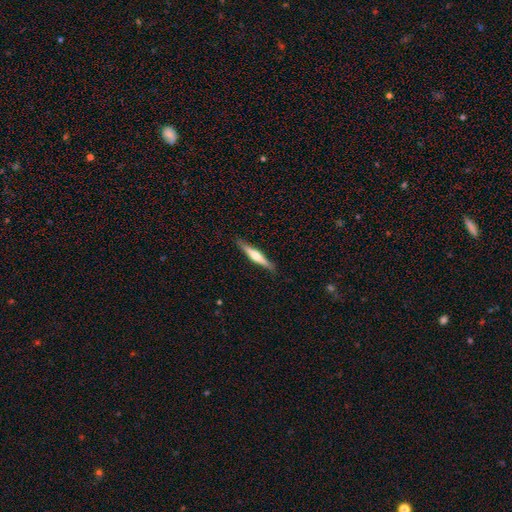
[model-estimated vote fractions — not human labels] This appears to be a featured or disk galaxy (60%) viewed edge-on (97%) with a rounded central bulge (82%). Merging: none (89%).